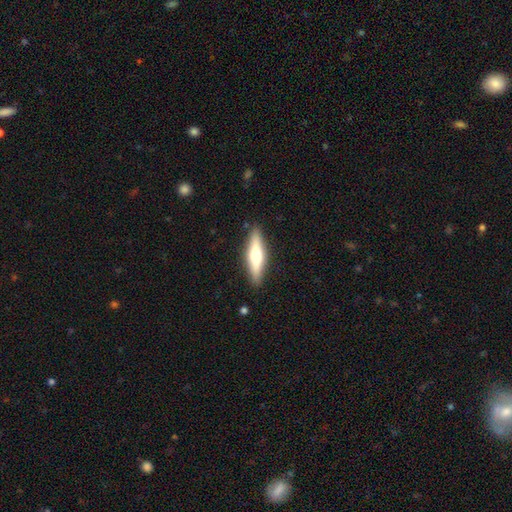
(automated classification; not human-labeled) smooth-or-featured: smooth: 50% | featured or disk: 44% | star or artifact: 6%
  how-rounded: cigar-shaped: 71% | in between: 27% | round: 2%
  merging: none: 88% | minor disturbance: 9% | major disturbance: 2% | merger: 1%